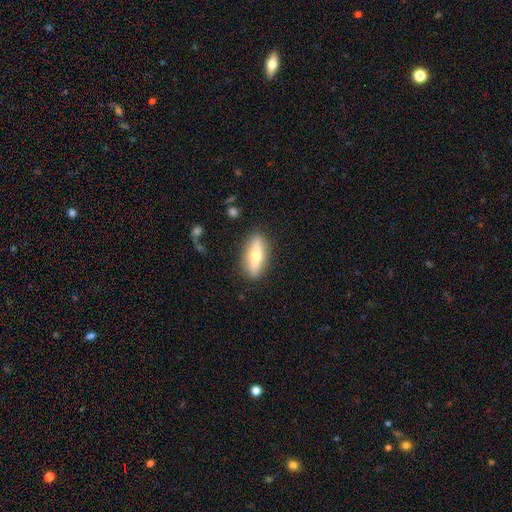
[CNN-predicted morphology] Overall: smooth (61%; featured or disk 33%). How rounded: in between (56%; cigar-shaped 41%). Merging: none (86%).